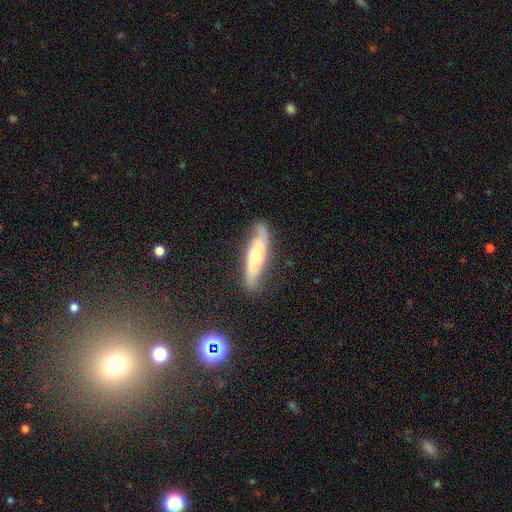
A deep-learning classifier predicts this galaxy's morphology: Overall: featured or disk (72%). Edge-on disk: no (65%; yes 35%). Merging: none (76%).